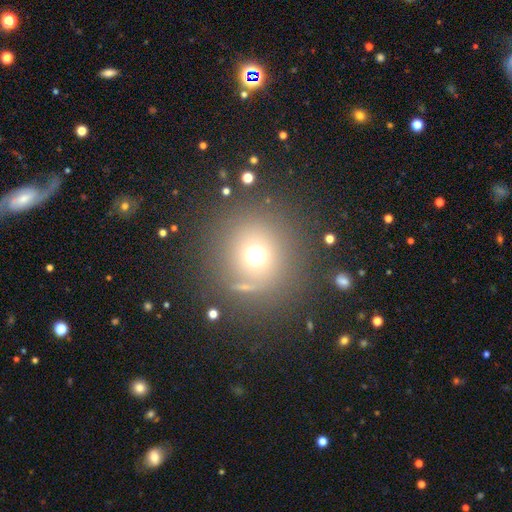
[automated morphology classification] type=smooth (64%); roundness=round (90%); merging=none (79%).